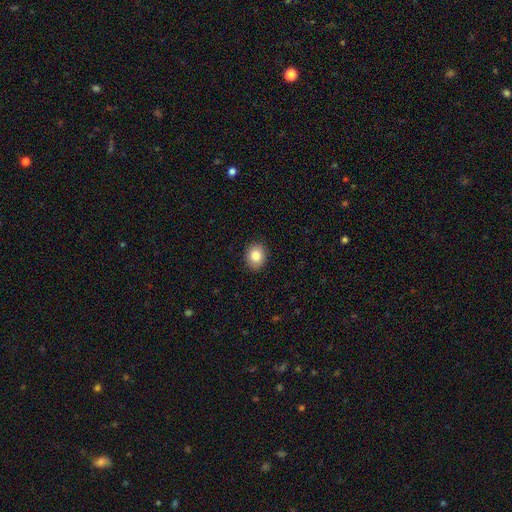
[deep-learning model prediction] A smooth galaxy with no disk features (84%) that is round (57%).

Vote fractions:
- Smooth or featured? smooth: 84% / star or artifact: 9% / featured or disk: 7%
- How rounded? round: 57% / in between: 42% / cigar-shaped: 1%
- Merging? none: 90% / minor disturbance: 7% / major disturbance: 2% / merger: 1%